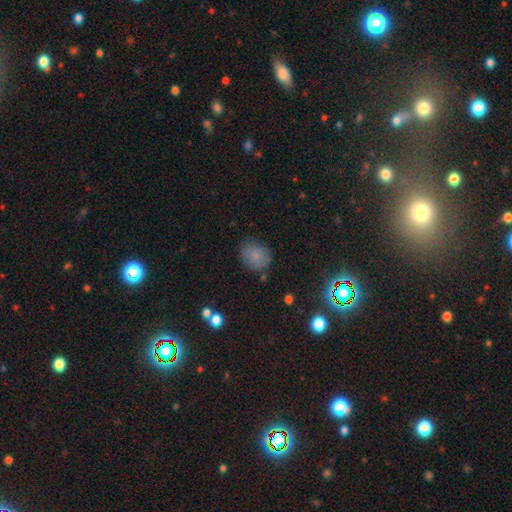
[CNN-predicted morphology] Smooth or featured: smooth — 81% (star or artifact — 10%)
How rounded: round — 71% (in between — 28%)
Merging: none — 75% (minor disturbance — 18%)